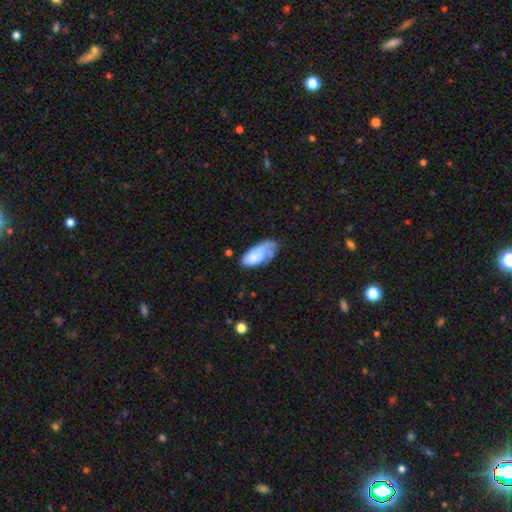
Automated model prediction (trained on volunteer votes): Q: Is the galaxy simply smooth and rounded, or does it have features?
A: smooth — 61%.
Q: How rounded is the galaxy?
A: in between — 91%.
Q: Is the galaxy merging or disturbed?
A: none — 38%.